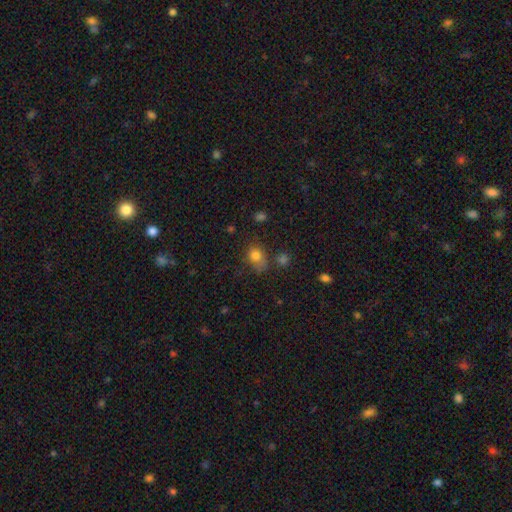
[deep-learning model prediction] Smooth or featured?
  - smooth: 79% *
  - star or artifact: 12%
  - featured or disk: 9%
How rounded?
  - in between: 58% *
  - round: 41%
  - cigar-shaped: 1%
Merging?
  - none: 47% *
  - minor disturbance: 28%
  - major disturbance: 15%
  - merger: 10%